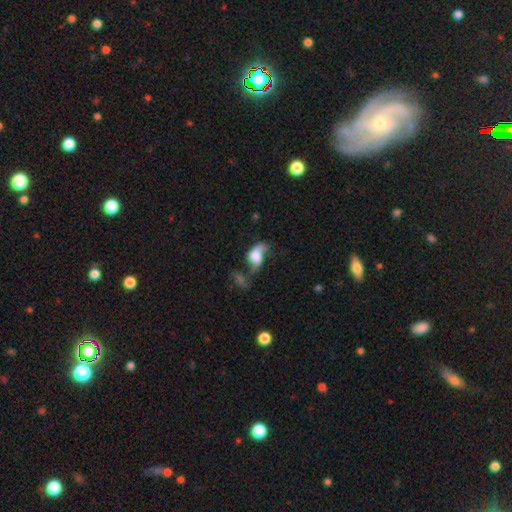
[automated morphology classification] smooth 49%, featured or disk 40%, star or artifact 10%. Down the decision tree: merging — major disturbance (36%).